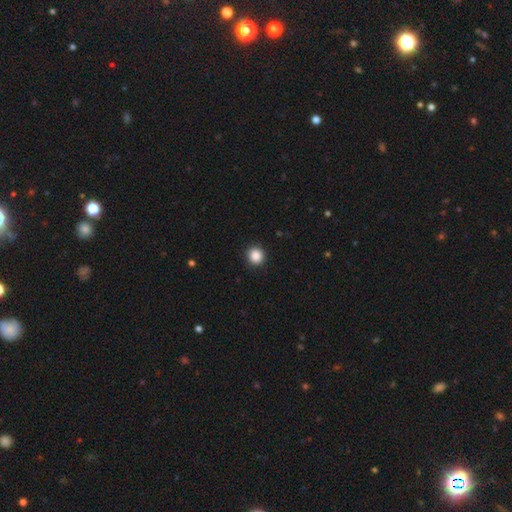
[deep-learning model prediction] Overall: smooth (87%). How rounded: round (92%). Merging: none (92%).